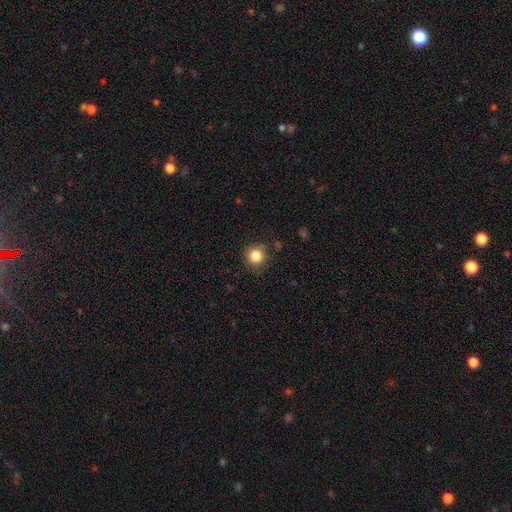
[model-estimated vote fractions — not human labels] Morphology: type=smooth (85%); roundness=round (92%); merging=none (84%).